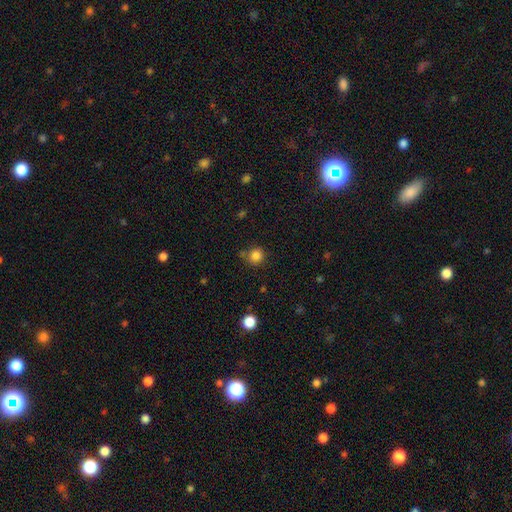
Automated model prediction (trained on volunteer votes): The model was most divided on "merging": none: 77%, minor disturbance: 12%, merger: 7%, major disturbance: 4%. More confident: how rounded — round (92%); smooth or featured — smooth (84%).